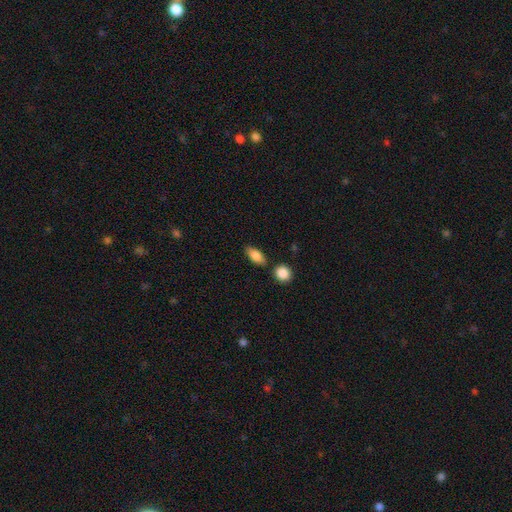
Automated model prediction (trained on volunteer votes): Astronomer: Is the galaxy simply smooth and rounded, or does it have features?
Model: smooth — 86%.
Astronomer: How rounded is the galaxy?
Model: in between — 86%.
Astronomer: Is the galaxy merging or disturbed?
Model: none — 76%.